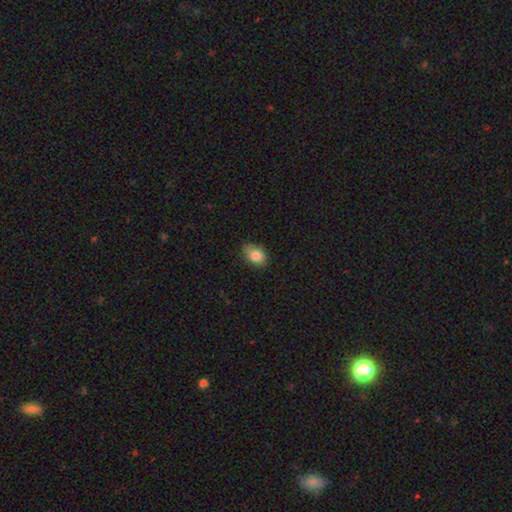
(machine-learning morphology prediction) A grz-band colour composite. It shows a smooth galaxy with no disk features (83%) that is in between round and cigar-shaped (69%). Merging: none (69%).